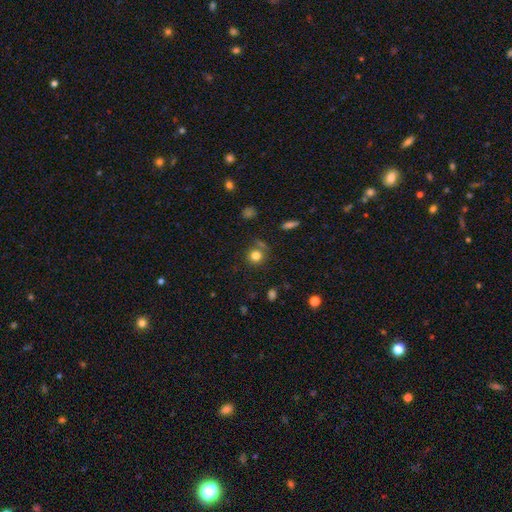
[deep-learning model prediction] smooth_or_featured: smooth (p=0.79) [alt: star or artifact p=0.14]
how_rounded: round (p=0.88) [alt: in between p=0.11]
merging: none (p=0.75) [alt: minor disturbance p=0.12]